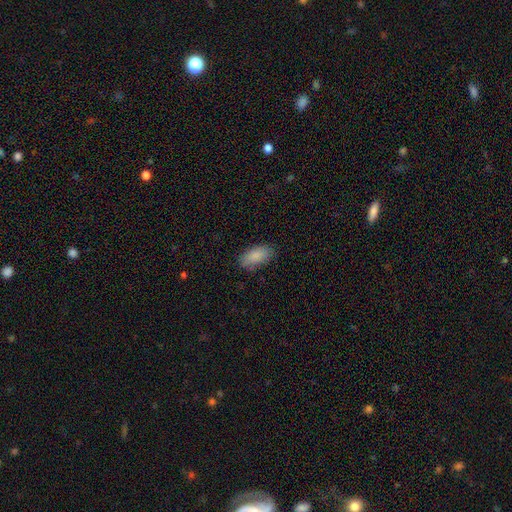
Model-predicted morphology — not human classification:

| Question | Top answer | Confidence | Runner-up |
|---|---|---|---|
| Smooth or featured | smooth | 87% | star or artifact (7%) |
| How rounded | in between | 92% | cigar-shaped (6%) |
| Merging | none | 79% | minor disturbance (16%) |